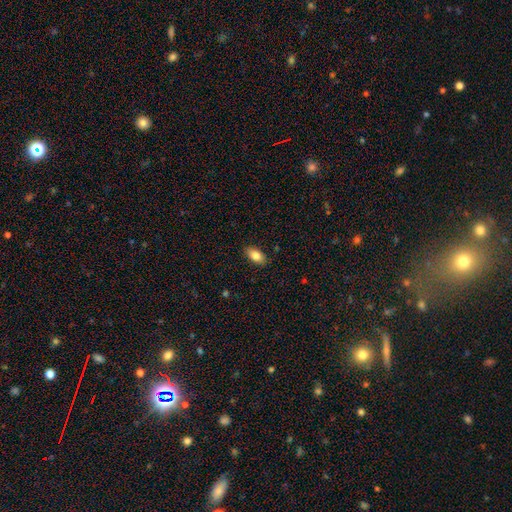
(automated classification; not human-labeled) The model was most divided on "smooth or featured": smooth: 83%, featured or disk: 10%, star or artifact: 7%. More confident: how rounded — in between (91%); merging — none (88%).